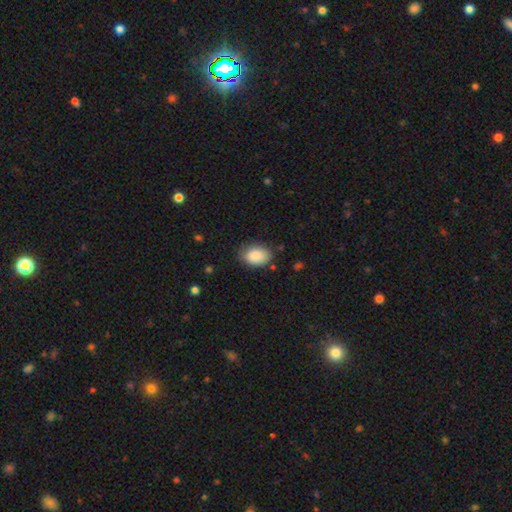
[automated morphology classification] Overall: smooth (88%). How rounded: in between (82%). Merging: none (75%).